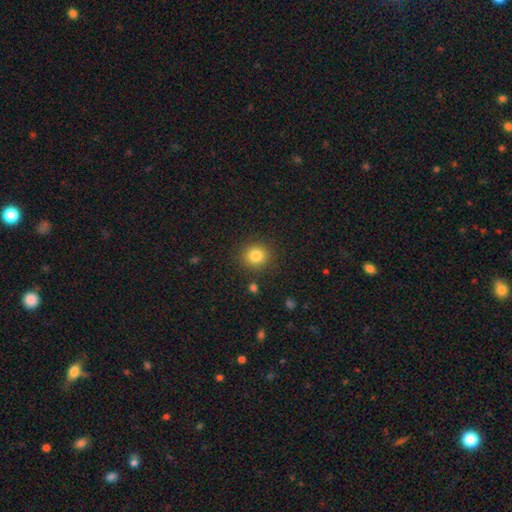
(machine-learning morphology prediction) This appears to be a smooth galaxy with no disk features (83%) that is round (87%). Merging: none (88%).